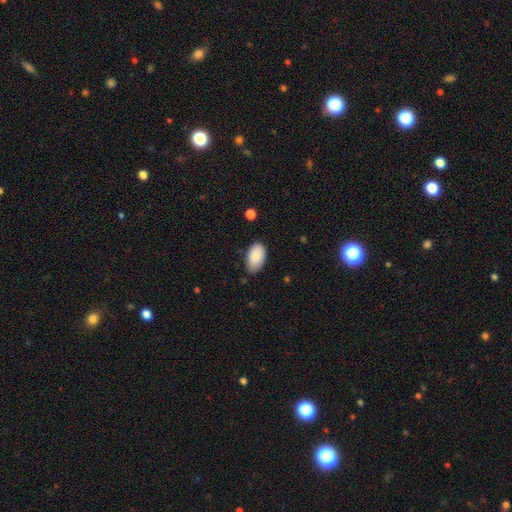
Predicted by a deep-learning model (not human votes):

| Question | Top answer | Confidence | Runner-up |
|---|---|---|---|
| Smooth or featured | smooth | 86% | featured or disk (7%) |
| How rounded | in between | 95% | round (4%) |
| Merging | none | 72% | minor disturbance (23%) |